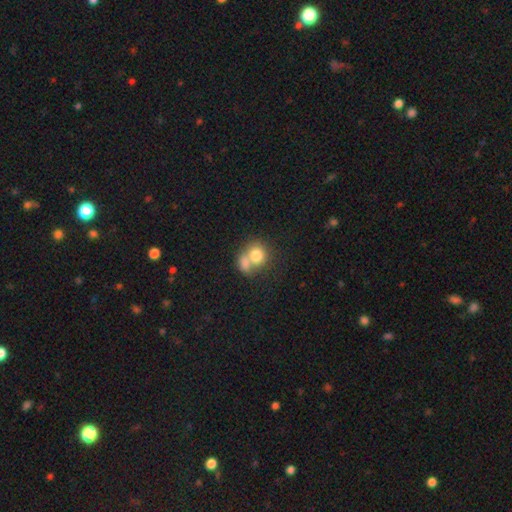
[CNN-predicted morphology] This appears to be a smooth galaxy with no disk features (77%) that is round (69%). Merging: merger (60%).